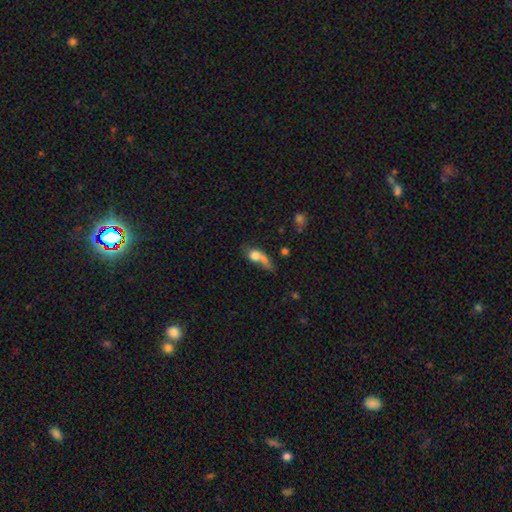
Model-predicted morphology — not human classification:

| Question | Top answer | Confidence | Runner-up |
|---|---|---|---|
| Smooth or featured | smooth | 67% | featured or disk (22%) |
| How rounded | in between | 50% | round (36%) |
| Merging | merger | 35% | major disturbance (26%) |